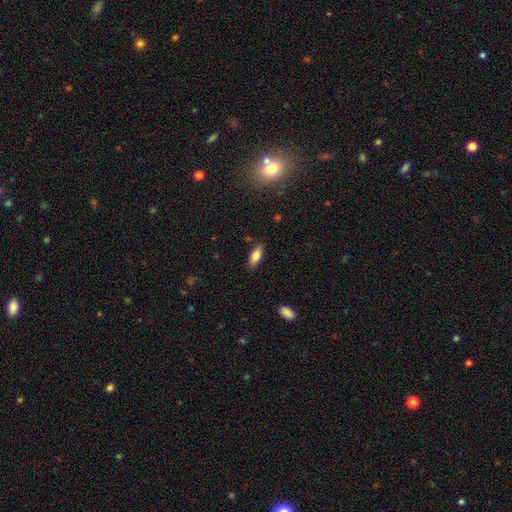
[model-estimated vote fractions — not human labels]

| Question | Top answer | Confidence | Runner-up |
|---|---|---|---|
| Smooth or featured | smooth | 78% | featured or disk (15%) |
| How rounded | in between | 72% | cigar-shaped (26%) |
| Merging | none | 85% | minor disturbance (11%) |